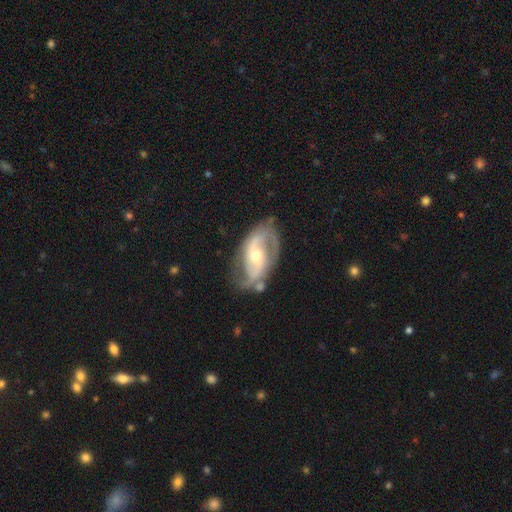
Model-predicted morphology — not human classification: Q: Smooth or featured?
A: featured or disk (84%); runner-up: smooth (11%)
Q: Edge-on disk?
A: no (95%); runner-up: yes (5%)
Q: Bar?
A: weak (39%); runner-up: no (33%)
Q: Spiral arms?
A: yes (91%); runner-up: no (9%)
Q: Spiral winding?
A: medium (46%); runner-up: loose (29%)
Q: Spiral arm count?
A: 2 (84%); runner-up: can't tell (8%)
Q: Bulge size?
A: moderate (58%); runner-up: small (36%)
Q: Merging?
A: none (66%); runner-up: minor disturbance (20%)